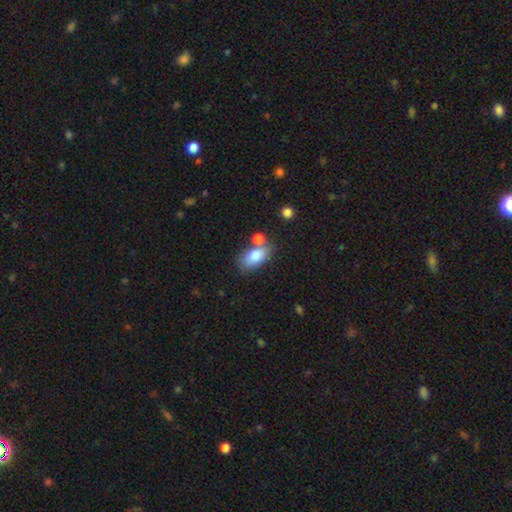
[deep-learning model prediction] A smooth galaxy with no disk features (83%) that is in between round and cigar-shaped (90%). Merging: none (60%).